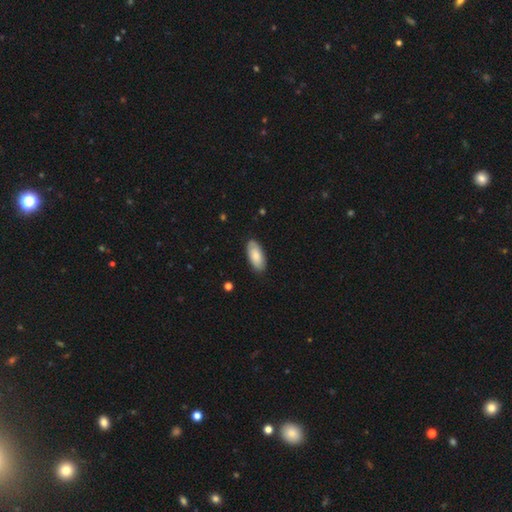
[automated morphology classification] Overall: smooth (79%). How rounded: in between (90%). Merging: none (86%).